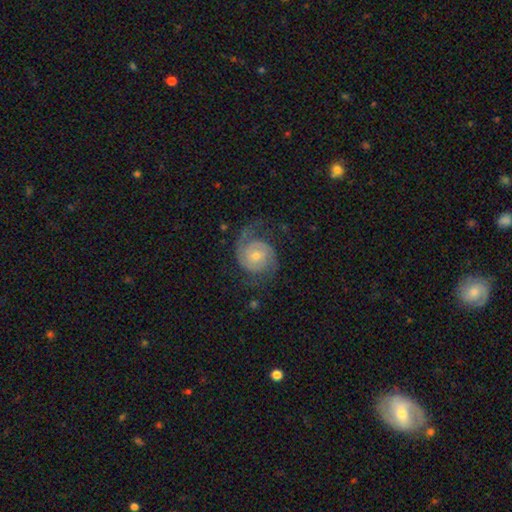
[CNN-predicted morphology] A featured or disk galaxy (86%) with no bar (64%), 2 (81%) tight (42%, tied with medium) spiral arms (97%) and a small central bulge (56%).

Vote fractions:
- Smooth or featured? featured or disk: 86% / smooth: 8% / star or artifact: 5%
- Edge-on disk? no: 98% / yes: 2%
- Bar? no: 64% / weak: 30% / strong: 6%
- Spiral arms? yes: 97% / no: 3%
- Spiral winding? tight: 42% (tied) / medium: 42% (tied) / loose: 16%
- Spiral arm count? 2: 81% / can't tell: 5% / 1: 5% / 3: 4% / 4: 2% / more than 4: 2%
- Bulge size? small: 56% / moderate: 38% / none: 3% / large: 2% / dominant: 1%
- Merging? none: 68% / minor disturbance: 17% / major disturbance: 14% / merger: 1%